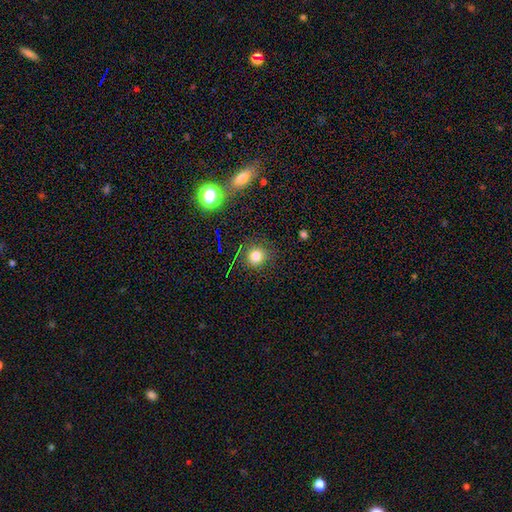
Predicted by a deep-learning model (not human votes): Q: Smooth or featured?
A: smooth (76%); runner-up: star or artifact (17%)
Q: How rounded?
A: round (89%); runner-up: in between (10%)
Q: Merging?
A: none (83%); runner-up: minor disturbance (11%)